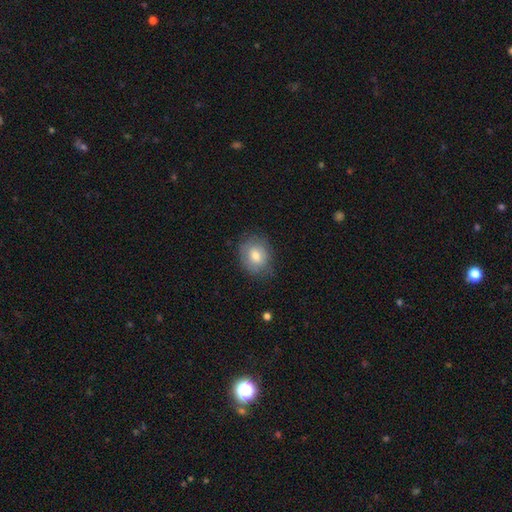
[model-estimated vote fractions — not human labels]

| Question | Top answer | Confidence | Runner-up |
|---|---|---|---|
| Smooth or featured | smooth | 68% | featured or disk (24%) |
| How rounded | round | 53% | in between (46%) |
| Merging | none | 74% | minor disturbance (19%) |